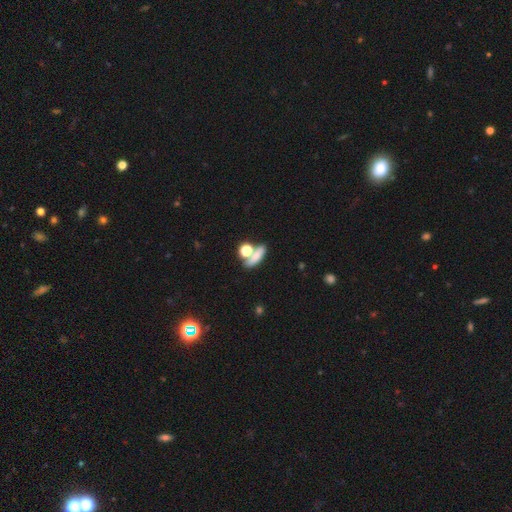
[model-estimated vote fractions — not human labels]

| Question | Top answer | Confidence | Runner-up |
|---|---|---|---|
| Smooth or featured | smooth | 71% | featured or disk (14%) |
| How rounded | in between | 47% | cigar-shaped (27%) |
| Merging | none | 50% | merger (32%) |